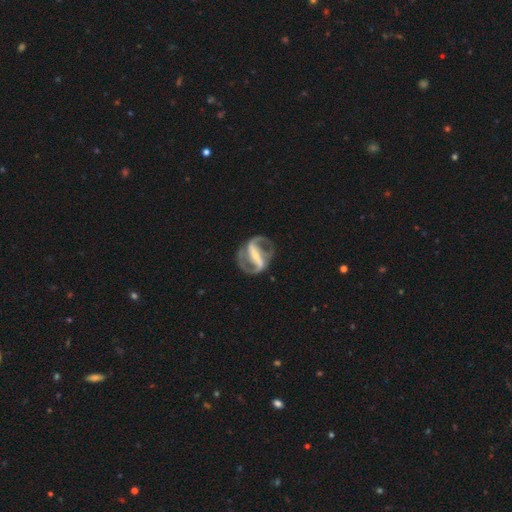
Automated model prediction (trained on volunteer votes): smooth-or-featured: featured or disk: 90% | smooth: 5% | star or artifact: 4%
  disk-edge-on: no: 96% | yes: 4%
    bar: strong: 81% | weak: 13% | no: 6%
    has-spiral-arms: yes: 92% | no: 8%
      spiral-winding: medium: 53% | tight: 24% | loose: 23%
      spiral-arm-count: 2: 92% | can't tell: 3% | 1: 2% | 3: 1% | 4: 1% | more than 4: 1%
    bulge-size: small: 62% | moderate: 28% | none: 6% | large: 3% | dominant: 1%
  merging: none: 77% | minor disturbance: 12% | major disturbance: 9% | merger: 2%